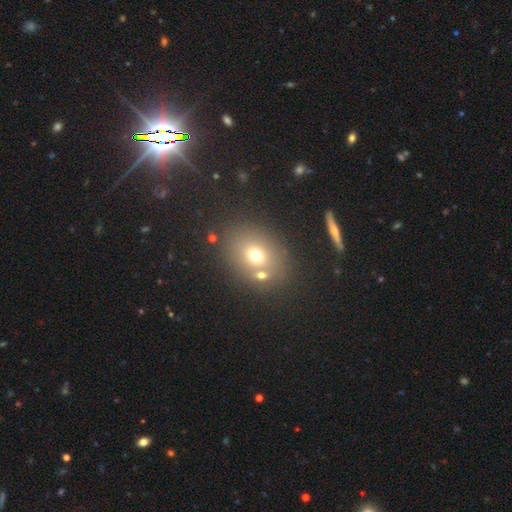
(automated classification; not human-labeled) Q: Smooth or featured?
A: smooth (67%); runner-up: star or artifact (18%)
Q: How rounded?
A: round (50%); runner-up: in between (49%)
Q: Merging?
A: none (67%); runner-up: merger (17%)